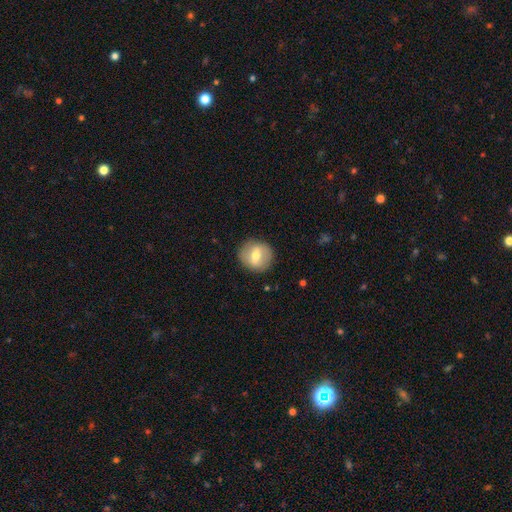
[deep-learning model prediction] The model was most divided on "smooth or featured": smooth: 56%, featured or disk: 36%, star or artifact: 7%. More confident: merging — none (86%); how rounded — round (83%).